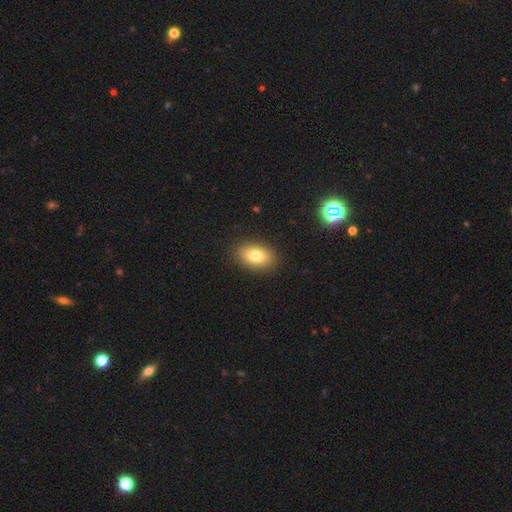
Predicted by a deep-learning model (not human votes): Smooth or featured? Predicted: smooth (p=0.79). How rounded? Predicted: in between (p=0.86). Merging? Predicted: none (p=0.89).